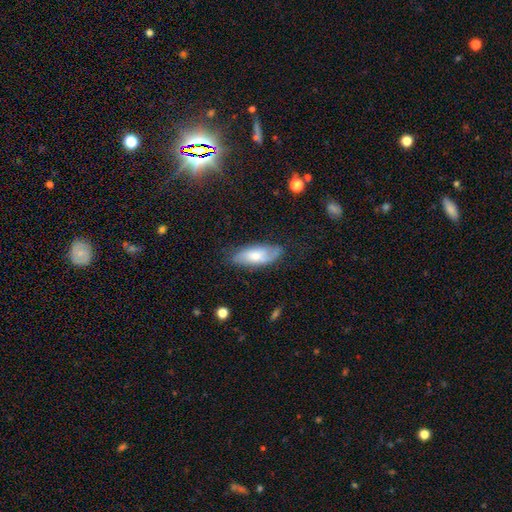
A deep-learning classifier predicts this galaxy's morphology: smooth_or_featured: smooth (p=0.54) [alt: featured or disk p=0.39]
how_rounded: in between (p=0.77) [alt: cigar-shaped p=0.21]
merging: none (p=0.72) [alt: minor disturbance p=0.21]